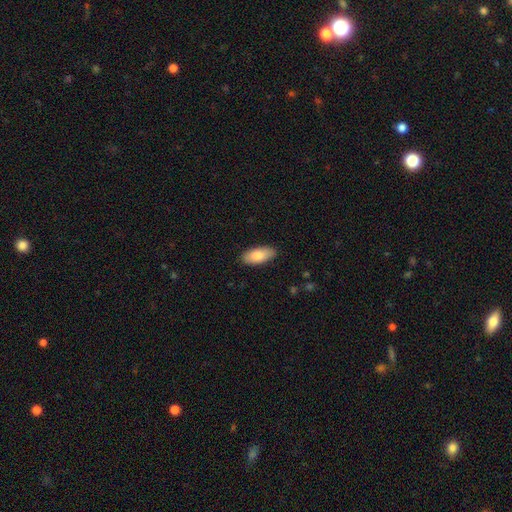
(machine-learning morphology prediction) Smooth or featured: smooth — 82% (featured or disk — 12%)
How rounded: in between — 88% (cigar-shaped — 10%)
Merging: none — 86% (minor disturbance — 11%)